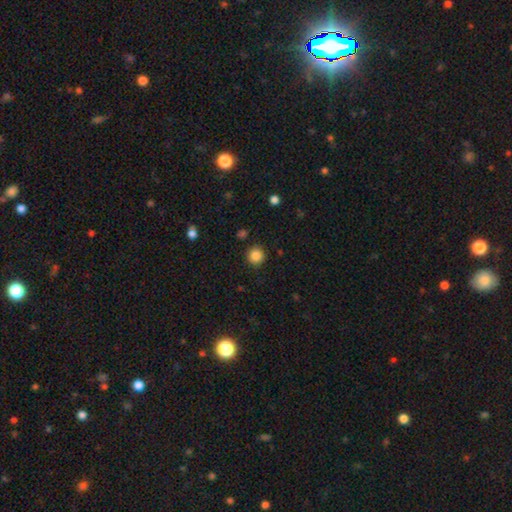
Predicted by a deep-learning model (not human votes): Smooth or featured?
  - smooth: 85% *
  - star or artifact: 11%
  - featured or disk: 4%
How rounded?
  - round: 94% *
  - in between: 5%
  - cigar-shaped: 1%
Merging?
  - none: 90% *
  - minor disturbance: 6%
  - major disturbance: 2%
  - merger: 2%